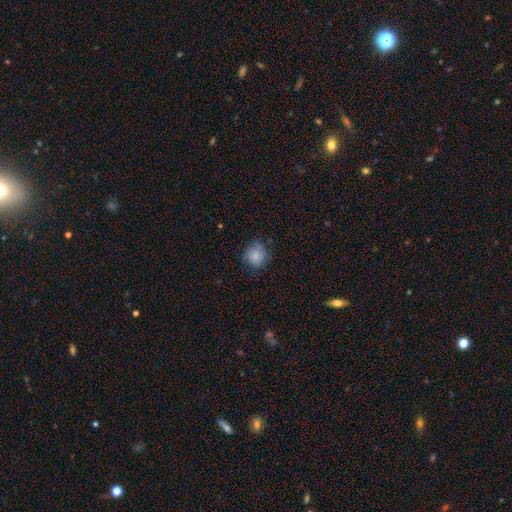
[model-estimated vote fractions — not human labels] Smooth or featured? Predicted: smooth (p=0.80). How rounded? Predicted: round (p=0.87). Merging? Predicted: none (p=0.70).